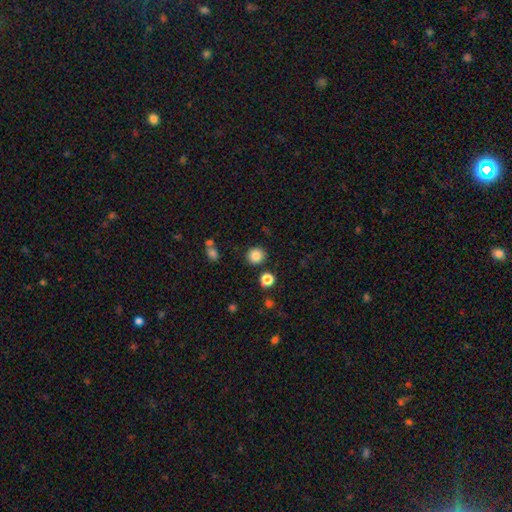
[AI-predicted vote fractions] Smooth or featured?
  - smooth: 85% *
  - star or artifact: 11%
  - featured or disk: 4%
How rounded?
  - round: 91% *
  - in between: 8%
  - cigar-shaped: 1%
Merging?
  - none: 87% *
  - minor disturbance: 7%
  - merger: 3%
  - major disturbance: 2%